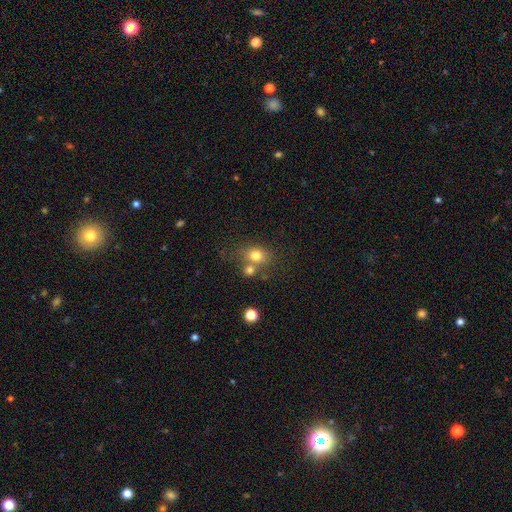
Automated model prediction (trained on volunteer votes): Smooth or featured?
  - smooth: 76% *
  - star or artifact: 13%
  - featured or disk: 11%
How rounded?
  - round: 61% *
  - in between: 37%
  - cigar-shaped: 1%
Merging?
  - none: 50% *
  - merger: 32%
  - minor disturbance: 12%
  - major disturbance: 5%